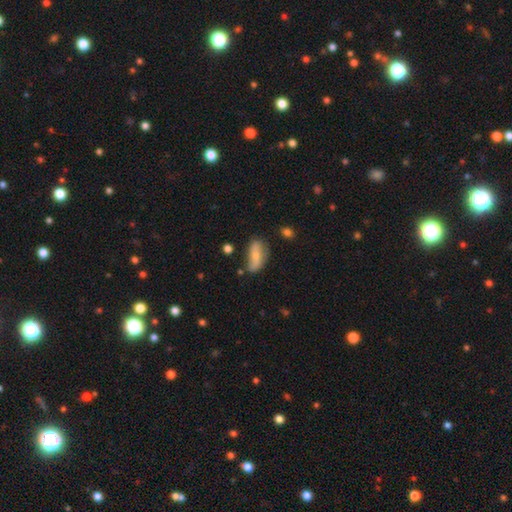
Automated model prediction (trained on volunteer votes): smooth 51%, featured or disk 42%, star or artifact 7%. Down the decision tree: how rounded — in between (82%); merging — none (62%).